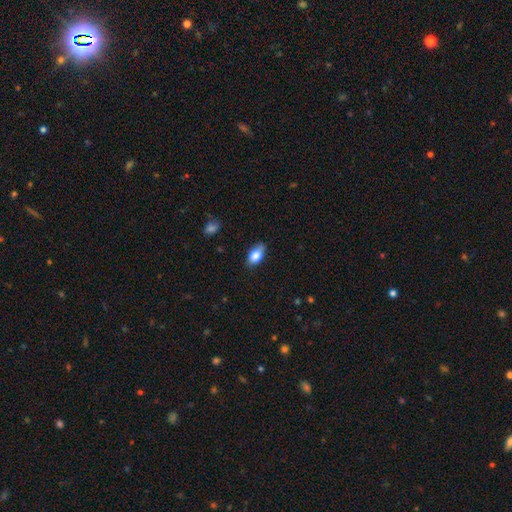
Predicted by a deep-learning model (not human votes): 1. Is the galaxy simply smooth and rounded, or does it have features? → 80% smooth, 12% featured or disk, 7% star or artifact.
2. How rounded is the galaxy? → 90% in between, 6% round, 4% cigar-shaped.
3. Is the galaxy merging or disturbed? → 75% none, 21% minor disturbance, 3% major disturbance, 1% merger.